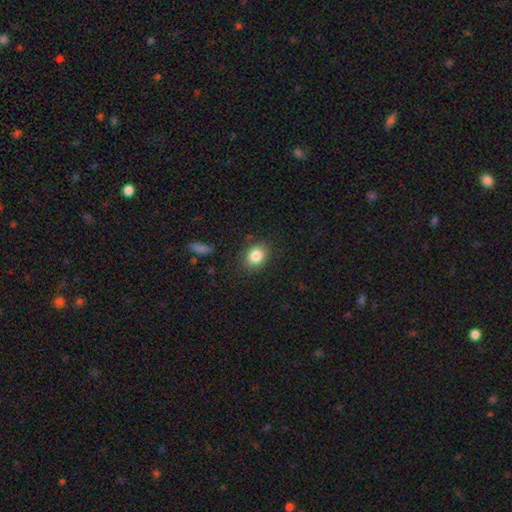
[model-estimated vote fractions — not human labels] Smooth or featured? smooth (84%)
How rounded? round (51%)
Merging? none (85%)